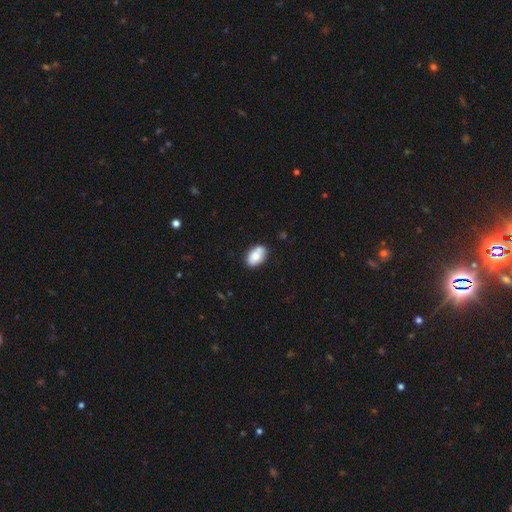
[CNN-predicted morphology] Smooth or featured? Predicted: smooth (p=0.81). How rounded? Predicted: in between (p=0.92). Merging? Predicted: none (p=0.70).